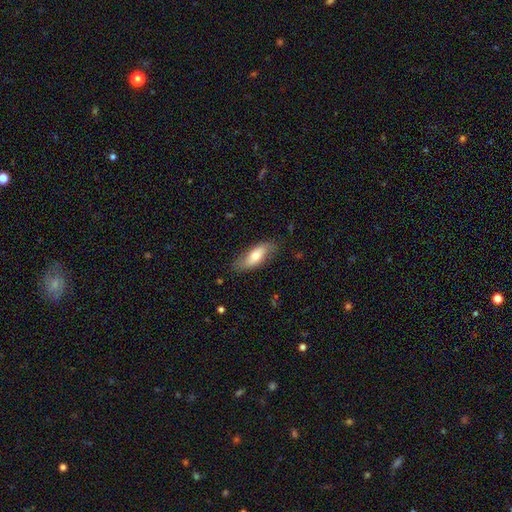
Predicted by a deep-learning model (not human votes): Smooth or featured: smooth — 65% (featured or disk — 29%)
How rounded: in between — 76% (cigar-shaped — 21%)
Merging: none — 77% (minor disturbance — 18%)